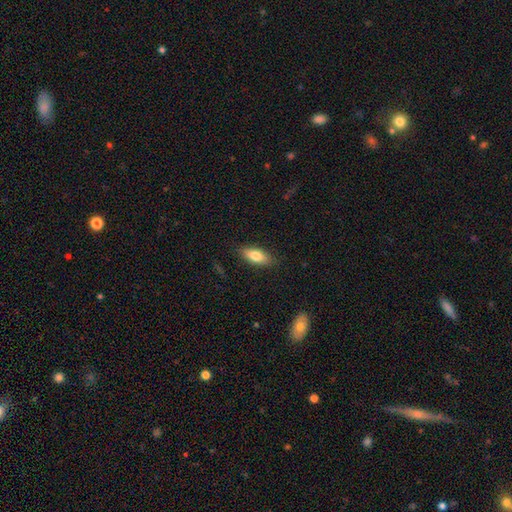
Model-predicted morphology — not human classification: Smooth or featured? Predicted: smooth (p=0.79). How rounded? Predicted: in between (p=0.79). Merging? Predicted: none (p=0.86).